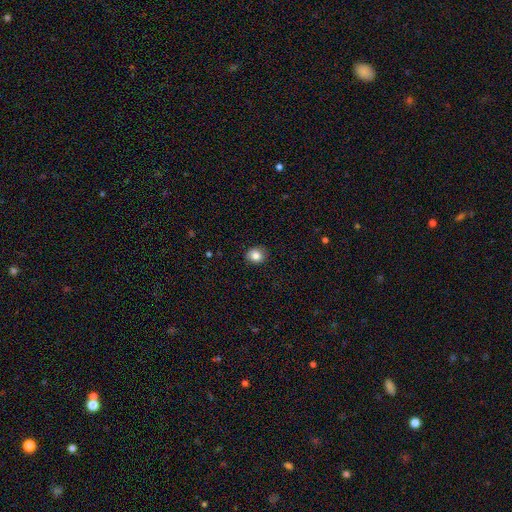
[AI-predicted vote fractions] Overall: smooth (83%). How rounded: round (76%). Merging: none (89%).